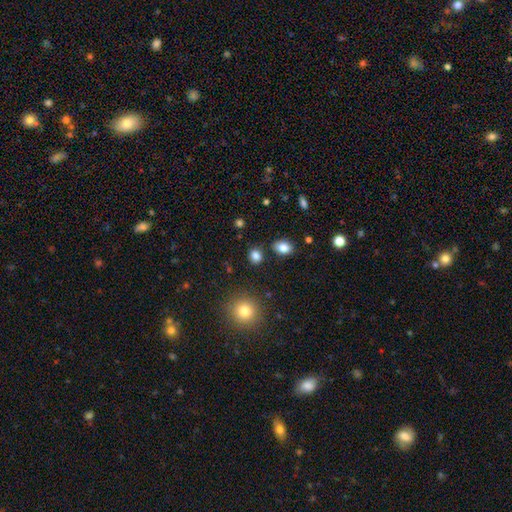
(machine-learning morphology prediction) This is clearly a smooth galaxy (84%). How rounded: likely round (65%). Merging: clearly none (83%).